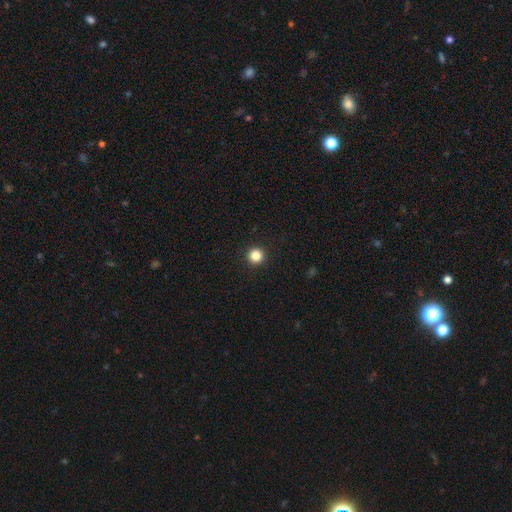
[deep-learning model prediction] Morphology: type=smooth (85%); roundness=round (96%); merging=none (94%).